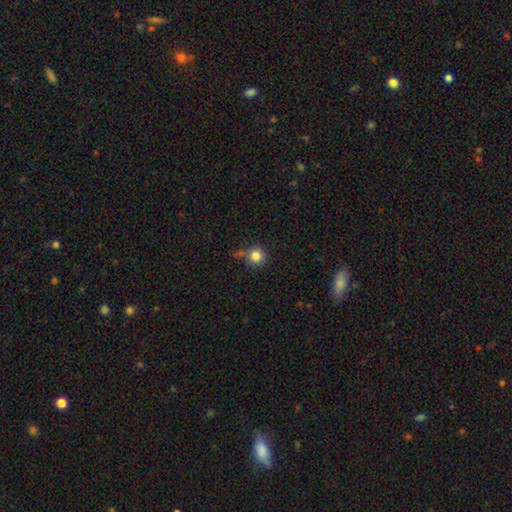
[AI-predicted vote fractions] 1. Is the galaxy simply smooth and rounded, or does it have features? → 83% smooth, 11% star or artifact, 6% featured or disk.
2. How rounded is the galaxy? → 93% round, 6% in between, 1% cigar-shaped.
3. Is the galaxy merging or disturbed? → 70% none, 15% minor disturbance, 10% merger, 5% major disturbance.